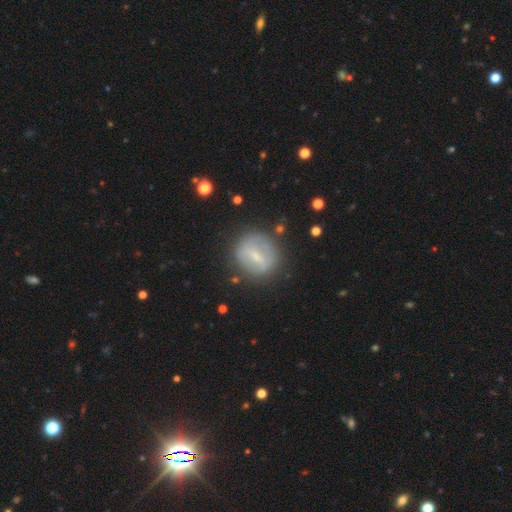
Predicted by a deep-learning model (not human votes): Smooth or featured?
  - featured or disk: 49% *
  - smooth: 42%
  - star or artifact: 9%
Merging?
  - none: 78% *
  - minor disturbance: 15%
  - major disturbance: 6%
  - merger: 2%